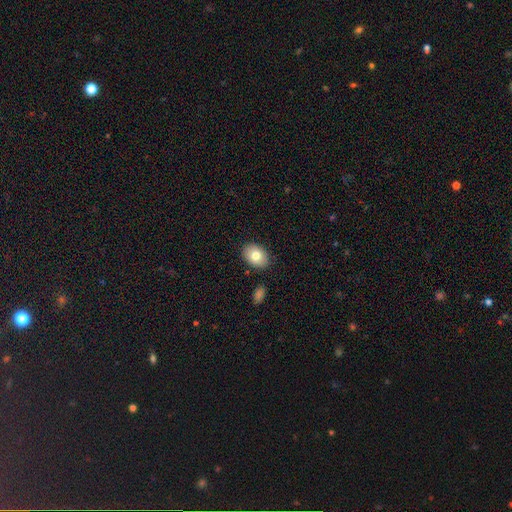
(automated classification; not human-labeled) A smooth galaxy with no disk features (79%) that is in between round and cigar-shaped (79%).

Vote fractions:
- Smooth or featured? smooth: 79% / featured or disk: 14% / star or artifact: 7%
- How rounded? in between: 79% / round: 20% / cigar-shaped: 1%
- Merging? none: 86% / minor disturbance: 9% / merger: 2% / major disturbance: 2%